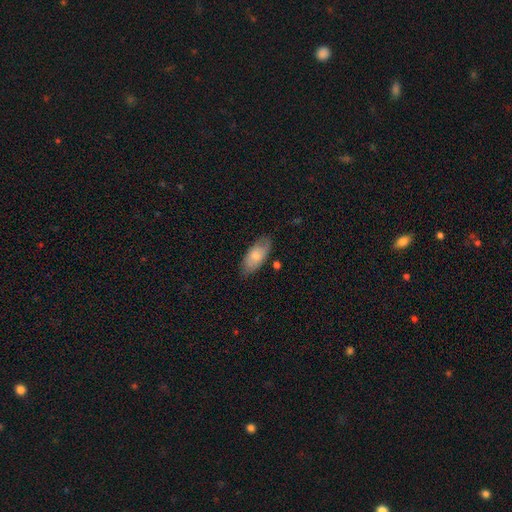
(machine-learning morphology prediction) Q: Smooth or featured?
A: smooth (63%); runner-up: featured or disk (31%)
Q: How rounded?
A: in between (90%); runner-up: cigar-shaped (7%)
Q: Merging?
A: none (76%); runner-up: minor disturbance (18%)